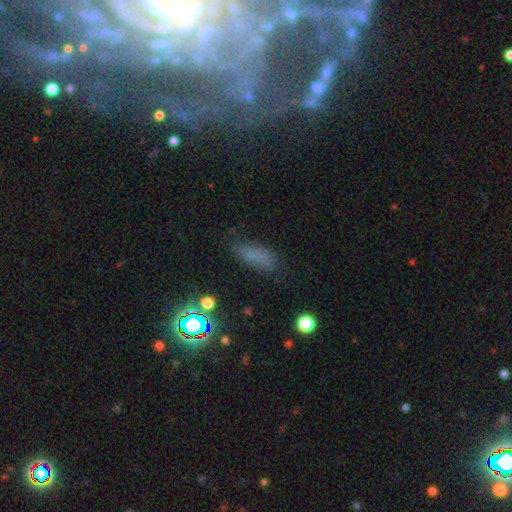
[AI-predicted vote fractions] smooth_or_featured: smooth (p=0.68) [alt: star or artifact p=0.21]
how_rounded: in between (p=0.60) [alt: cigar-shaped p=0.36]
merging: none (p=0.71) [alt: minor disturbance p=0.19]